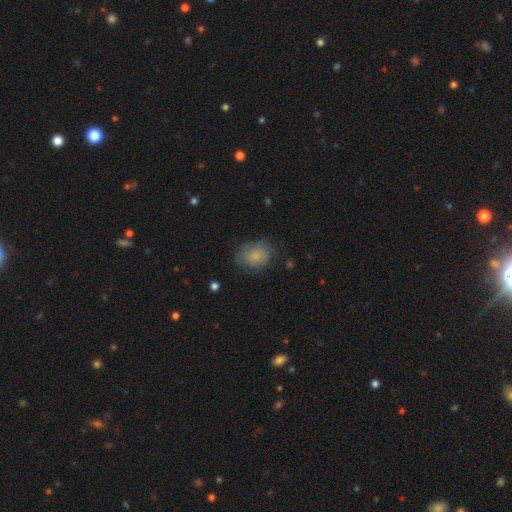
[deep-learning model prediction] The model was most divided on "how rounded": round: 56%, in between: 43%, cigar-shaped: 1%. More confident: smooth or featured — smooth (80%); merging — none (68%).